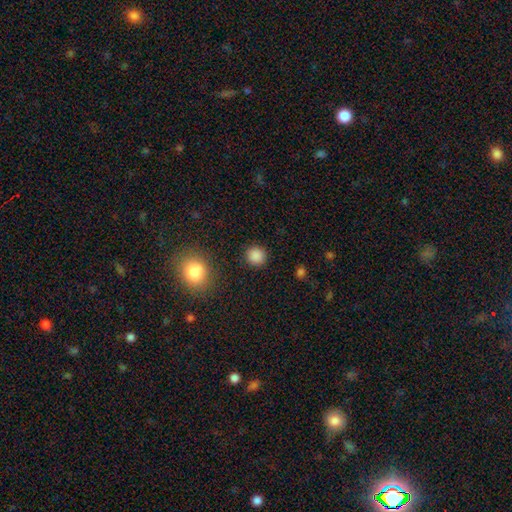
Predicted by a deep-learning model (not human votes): smooth_or_featured: smooth (p=0.87) [alt: star or artifact p=0.10]
how_rounded: round (p=0.92) [alt: in between p=0.08]
merging: none (p=0.89) [alt: minor disturbance p=0.06]